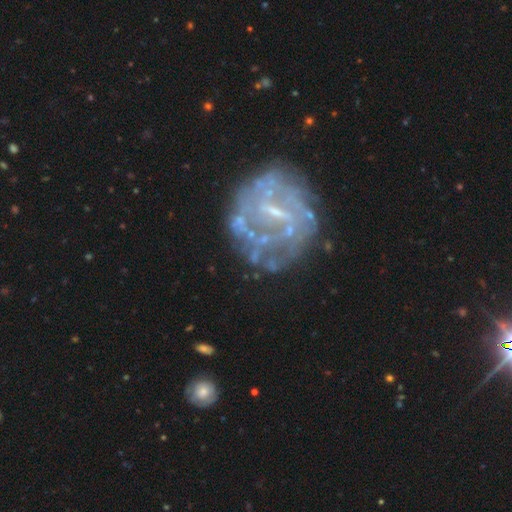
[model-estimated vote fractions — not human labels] This is likely a featured or disk galaxy (76%). It is clearly not viewed edge-on (97%). Bar: marginally weak (43%). Spiral arm pattern: possibly no (54%). Central bulge: possibly small (45%). Merging: possibly none (58%).